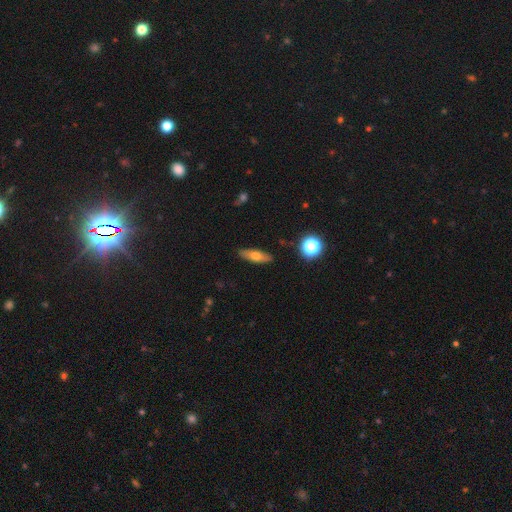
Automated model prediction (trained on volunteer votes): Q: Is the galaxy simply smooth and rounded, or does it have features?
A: smooth — 62%.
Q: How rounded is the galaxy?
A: in between — 52%.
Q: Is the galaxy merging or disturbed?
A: none — 87%.